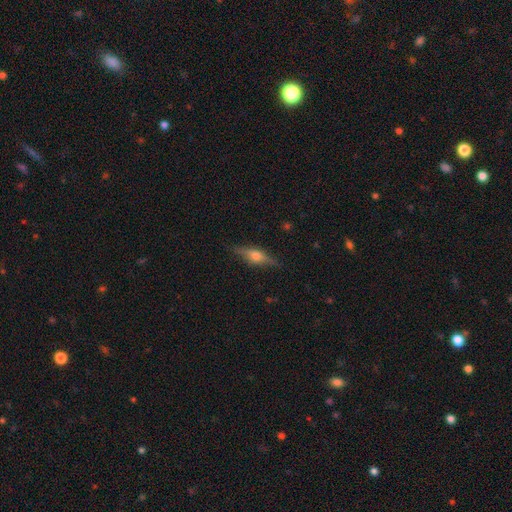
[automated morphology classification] type=featured or disk (64%); edge-on=yes (95%); edge-on bulge=rounded (91%); merging=none (85%).